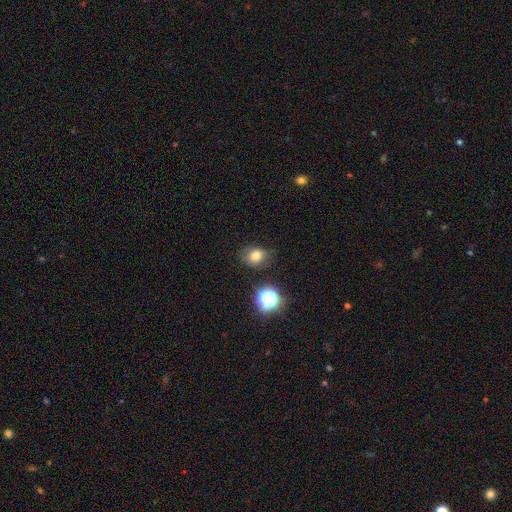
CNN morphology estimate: type=smooth (75%); roundness=round (57%); merging=none (75%).